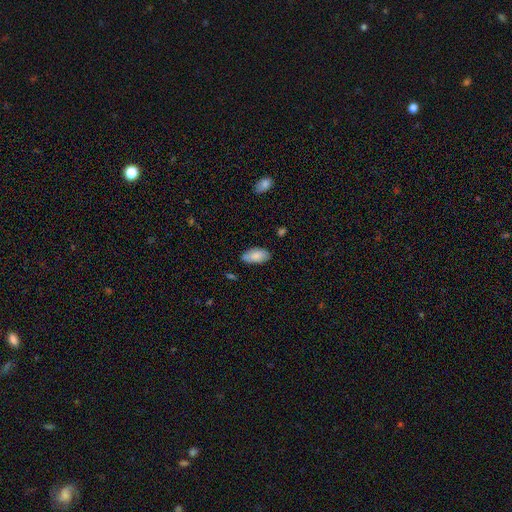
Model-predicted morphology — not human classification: Q: Smooth or featured?
A: smooth (84%); runner-up: featured or disk (9%)
Q: How rounded?
A: in between (94%); runner-up: cigar-shaped (4%)
Q: Merging?
A: none (77%); runner-up: minor disturbance (18%)